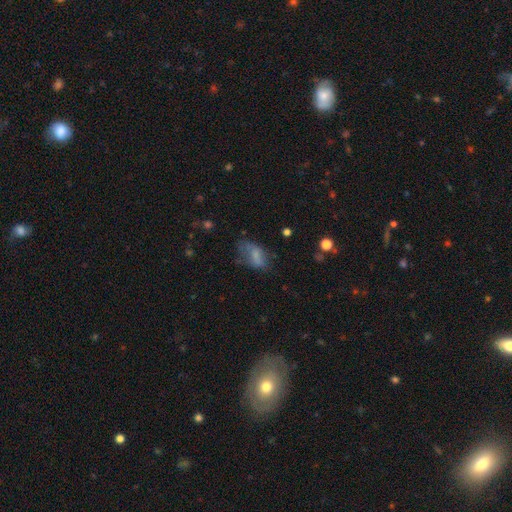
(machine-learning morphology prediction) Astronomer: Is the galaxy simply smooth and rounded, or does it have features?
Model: smooth — 65%.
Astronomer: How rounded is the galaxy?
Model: in between — 88%.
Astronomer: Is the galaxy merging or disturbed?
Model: none — 43% (runner-up: minor disturbance, 29%).